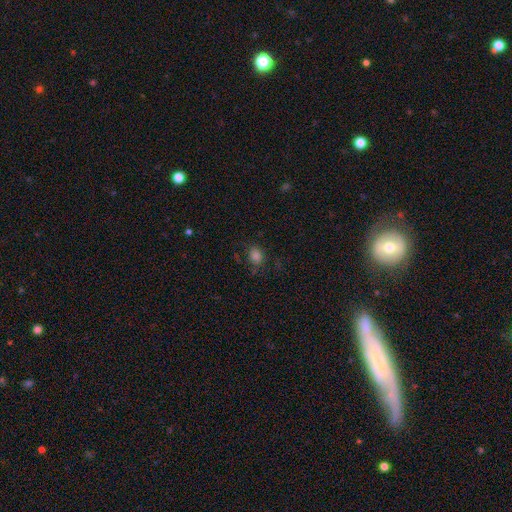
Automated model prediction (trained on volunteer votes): smooth_or_featured: smooth (p=0.79) [alt: star or artifact p=0.15]
how_rounded: in between (p=0.56) [alt: round p=0.42]
merging: none (p=0.68) [alt: minor disturbance p=0.20]